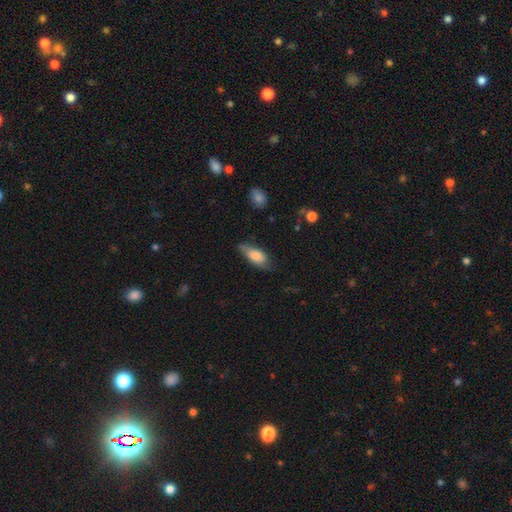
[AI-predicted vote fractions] Q: Smooth or featured?
A: smooth (78%); runner-up: featured or disk (16%)
Q: How rounded?
A: in between (81%); runner-up: cigar-shaped (16%)
Q: Merging?
A: none (56%); runner-up: minor disturbance (33%)